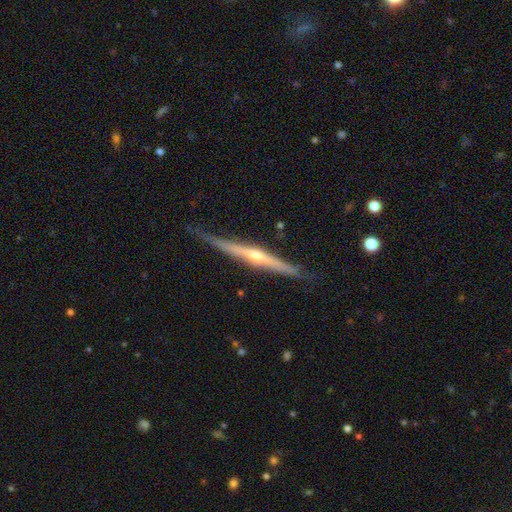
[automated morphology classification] Smooth or featured? featured or disk (82%)
Edge-on disk? yes (98%)
Edge-on bulge? rounded (83%)
Merging? none (81%)